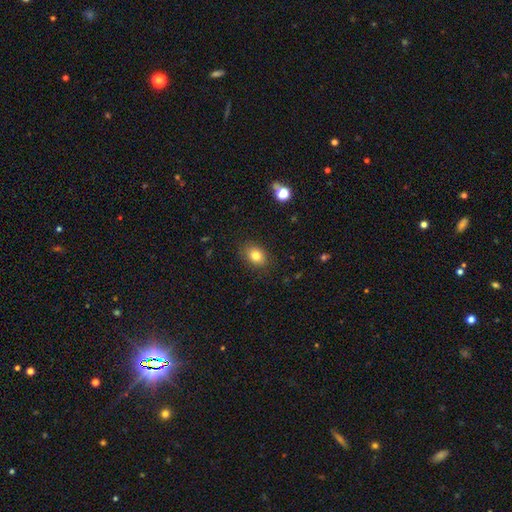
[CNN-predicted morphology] type=smooth (80%); roundness=in between (64%); merging=none (87%).